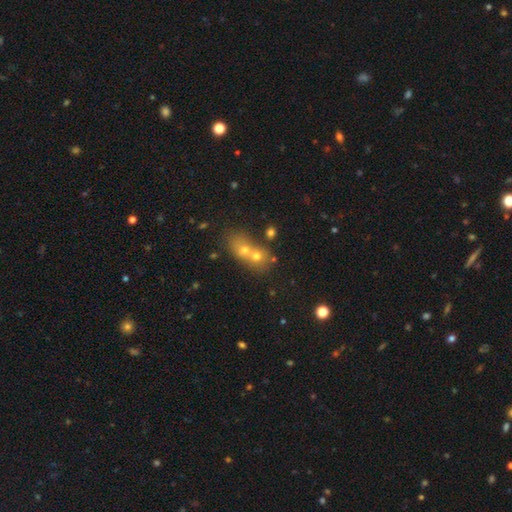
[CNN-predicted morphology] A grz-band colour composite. It shows a smooth galaxy with no disk features (53%) that is round (61%). Merging: merger (58%).